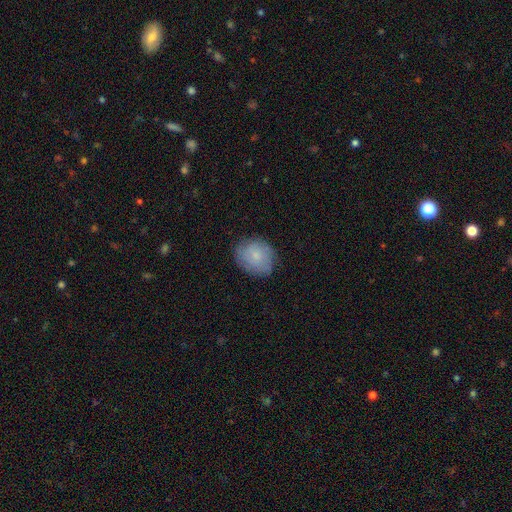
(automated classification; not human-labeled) The model was most divided on "how rounded": round: 63%, in between: 36%, cigar-shaped: 1%. More confident: merging — none (76%); smooth or featured — smooth (73%).